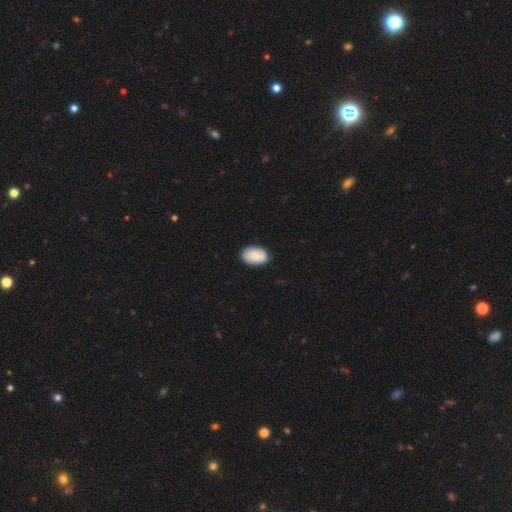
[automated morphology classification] This appears to be a smooth galaxy with no disk features (77%) that is in between round and cigar-shaped (87%). Merging: none (85%).